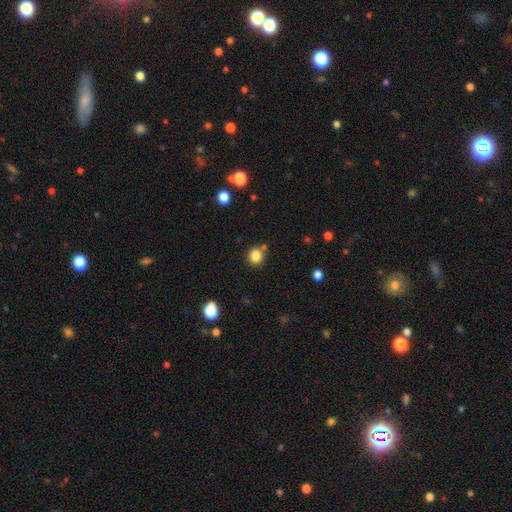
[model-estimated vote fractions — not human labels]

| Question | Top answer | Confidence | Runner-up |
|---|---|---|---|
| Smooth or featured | smooth | 84% | star or artifact (12%) |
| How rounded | round | 77% | in between (22%) |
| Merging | none | 74% | minor disturbance (11%) |